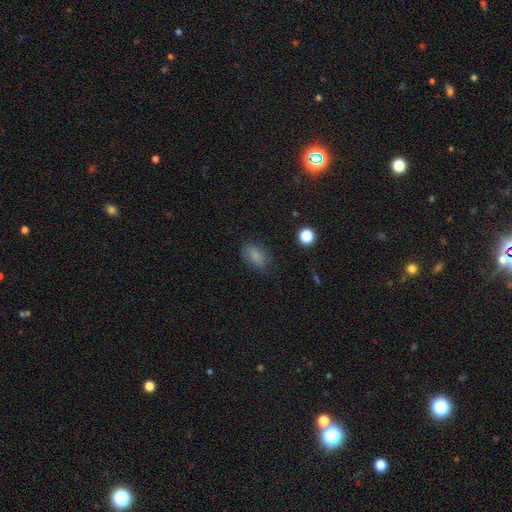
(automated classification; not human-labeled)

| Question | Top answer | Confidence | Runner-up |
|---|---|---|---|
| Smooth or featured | smooth | 82% | star or artifact (11%) |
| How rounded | in between | 85% | round (14%) |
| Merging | none | 75% | minor disturbance (18%) |